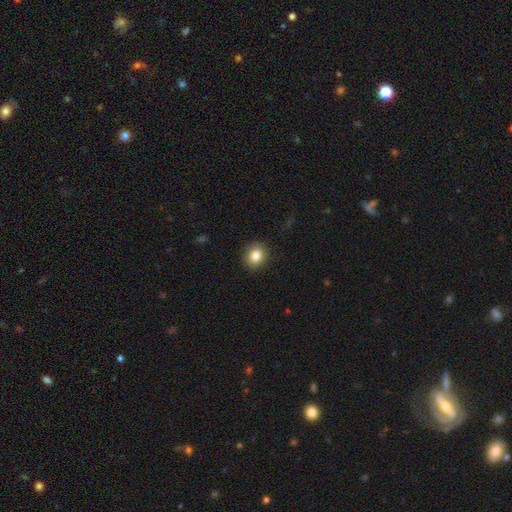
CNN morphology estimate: type=smooth (84%); roundness=round (77%); merging=none (90%).